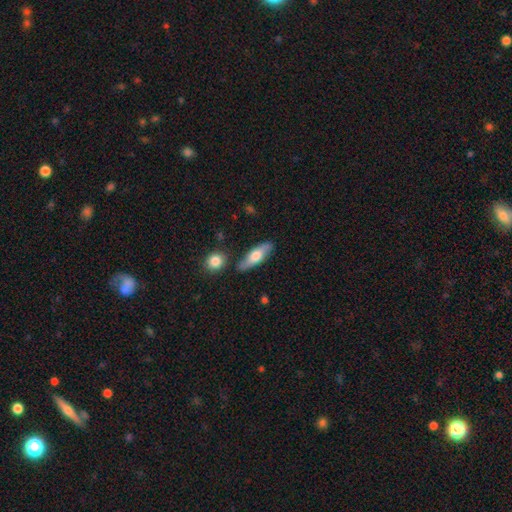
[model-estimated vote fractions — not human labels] A smooth galaxy with no disk features (62%) that is in between round and cigar-shaped (51%).

Vote fractions:
- Smooth or featured? smooth: 62% / featured or disk: 32% / star or artifact: 6%
- How rounded? in between: 51% / cigar-shaped: 46% / round: 3%
- Merging? none: 79% / minor disturbance: 13% / merger: 6% / major disturbance: 3%